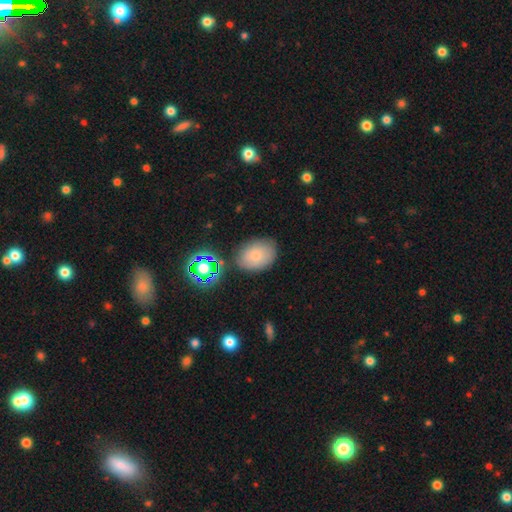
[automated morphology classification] Smooth or featured?
  - smooth: 75% *
  - featured or disk: 12%
  - star or artifact: 12%
How rounded?
  - in between: 74% *
  - round: 25%
  - cigar-shaped: 1%
Merging?
  - none: 77% *
  - minor disturbance: 15%
  - merger: 5%
  - major disturbance: 4%